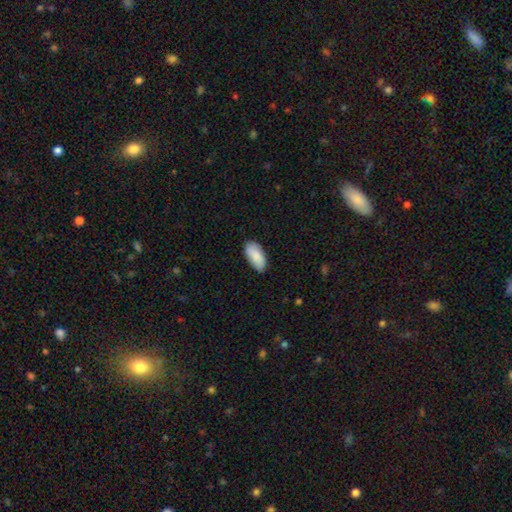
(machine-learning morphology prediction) smooth_or_featured: smooth (p=0.87) [alt: featured or disk p=0.07]
how_rounded: in between (p=0.92) [alt: cigar-shaped p=0.06]
merging: none (p=0.80) [alt: minor disturbance p=0.16]